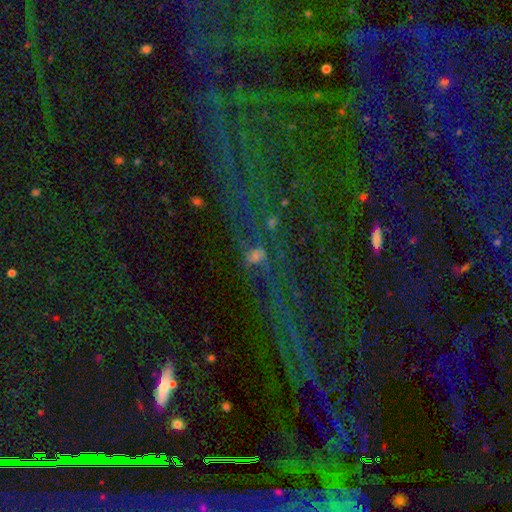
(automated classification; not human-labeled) Morphology: type=star or artifact (43%).